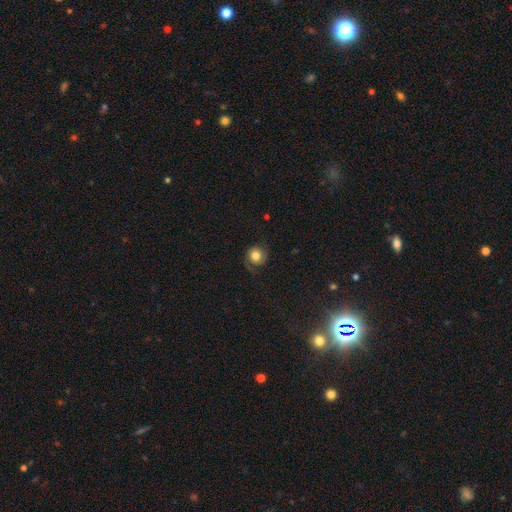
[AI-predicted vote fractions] Overall: smooth (65%; featured or disk 25%). How rounded: round (85%). Merging: none (67%).